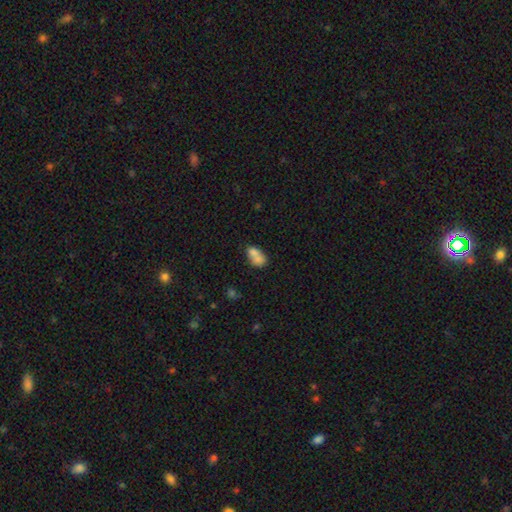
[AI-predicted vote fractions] Overall: smooth (72%). How rounded: in between (72%). Merging: merger (62%; none 24%).